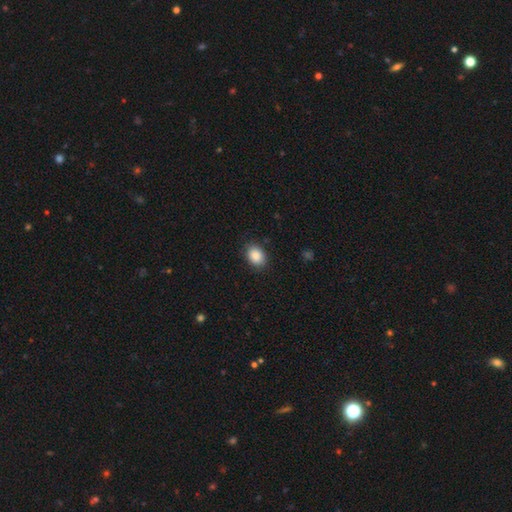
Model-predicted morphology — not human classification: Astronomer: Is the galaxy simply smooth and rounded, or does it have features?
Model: smooth — 88%.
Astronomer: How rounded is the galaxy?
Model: in between — 67%.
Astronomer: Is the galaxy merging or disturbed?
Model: none — 87%.